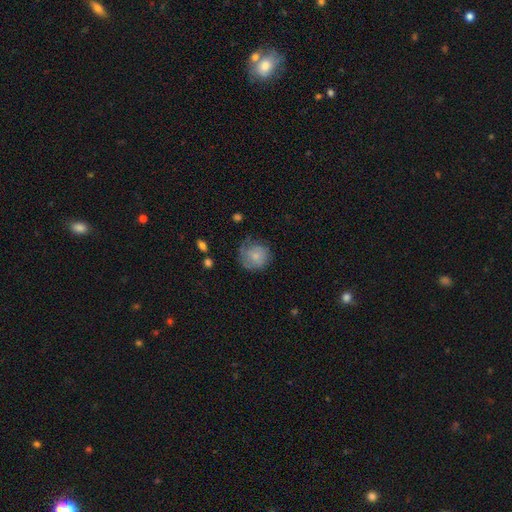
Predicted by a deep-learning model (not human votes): Smooth or featured? Predicted: smooth (p=0.72). How rounded? Predicted: round (p=0.89). Merging? Predicted: none (p=0.62).